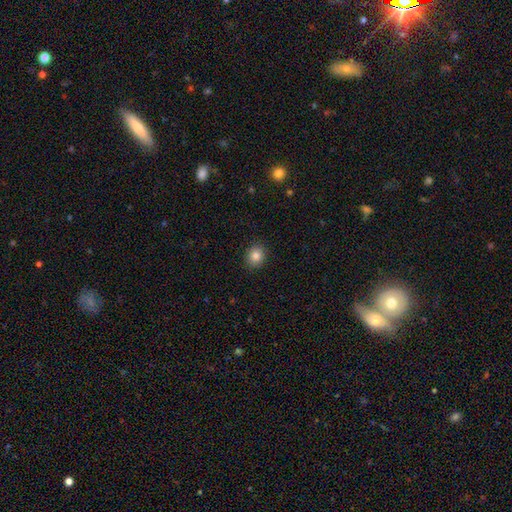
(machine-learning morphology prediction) smooth_or_featured: smooth (p=0.84) [alt: star or artifact p=0.10]
how_rounded: round (p=0.65) [alt: in between p=0.34]
merging: none (p=0.90) [alt: minor disturbance p=0.07]